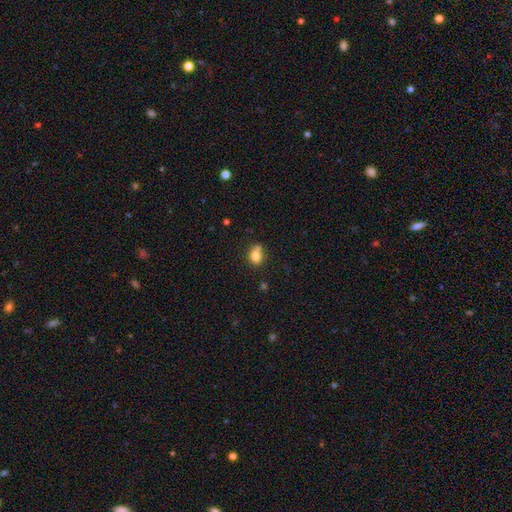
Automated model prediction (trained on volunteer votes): This appears to be a smooth galaxy with no disk features (79%) that is round (52%). Merging: none (54%).